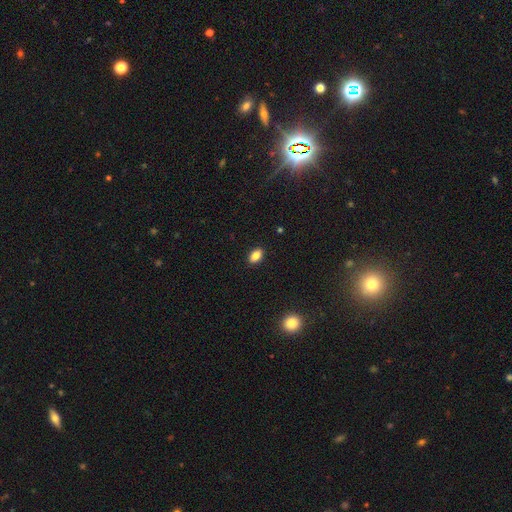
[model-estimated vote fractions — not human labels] smooth_or_featured: smooth (p=0.83) [alt: star or artifact p=0.09]
how_rounded: in between (p=0.87) [alt: round p=0.10]
merging: none (p=0.89) [alt: minor disturbance p=0.08]